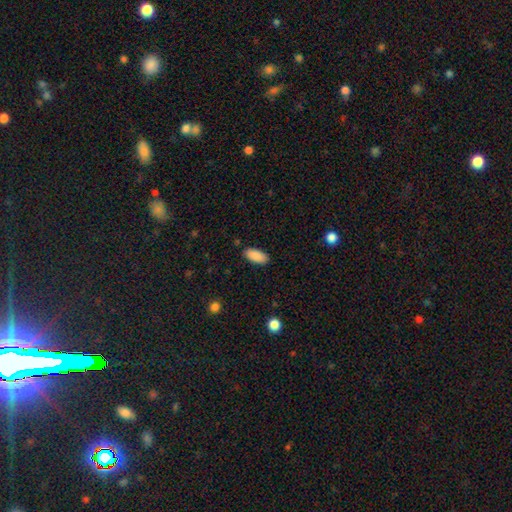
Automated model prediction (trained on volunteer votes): This appears to be a smooth galaxy with no disk features (90%) that is in between round and cigar-shaped (91%). Merging: none (88%).